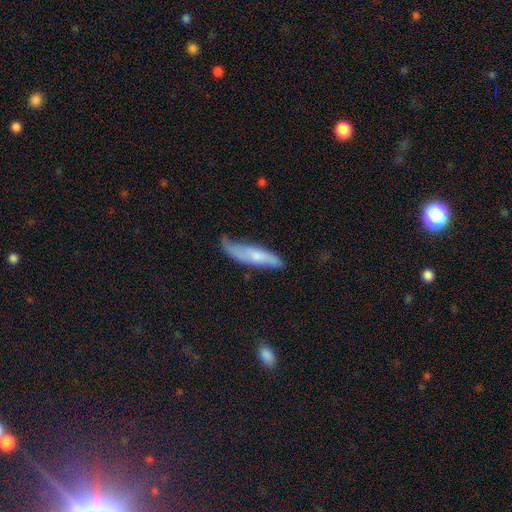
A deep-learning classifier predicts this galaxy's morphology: This is possibly a smooth galaxy (58%). How rounded: likely cigar-shaped (71%). Merging: marginally none (45%).